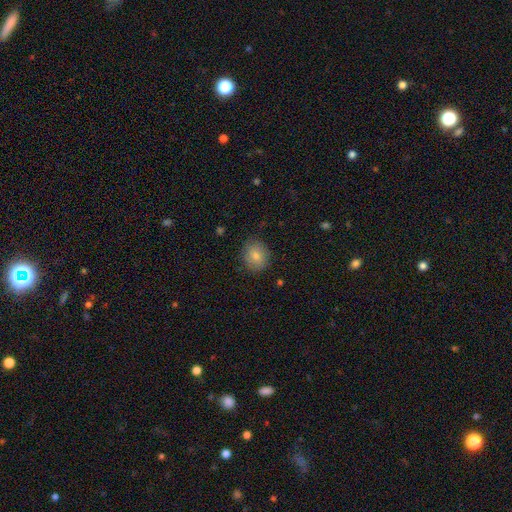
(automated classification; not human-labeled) Morphology: type=smooth (76%); roundness=round (64%); merging=none (84%).